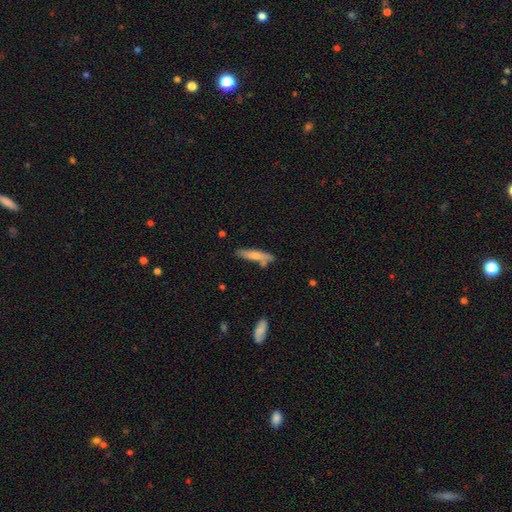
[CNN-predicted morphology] Overall: smooth (67%; featured or disk 27%). How rounded: cigar-shaped (79%). Merging: none (67%).